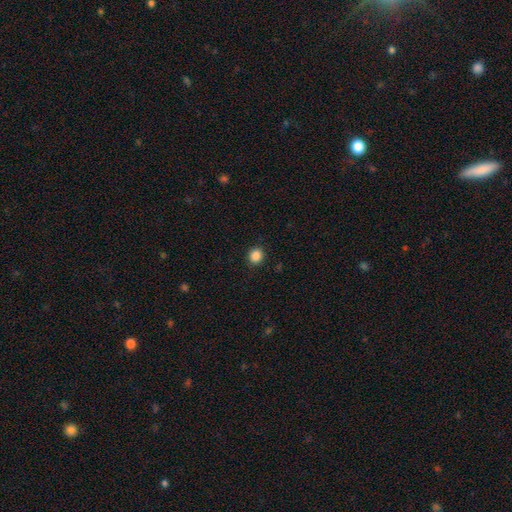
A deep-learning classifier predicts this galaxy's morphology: smooth-or-featured: smooth: 87% | star or artifact: 10% | featured or disk: 3%
  how-rounded: round: 84% | in between: 15% | cigar-shaped: 1%
  merging: none: 91% | minor disturbance: 6% | major disturbance: 2% | merger: 1%